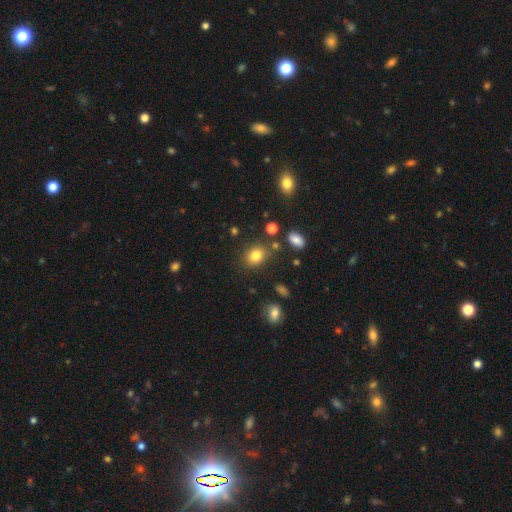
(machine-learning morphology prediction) Smooth or featured: smooth — 81% (star or artifact — 11%)
How rounded: in between — 61% (round — 38%)
Merging: none — 79% (minor disturbance — 12%)